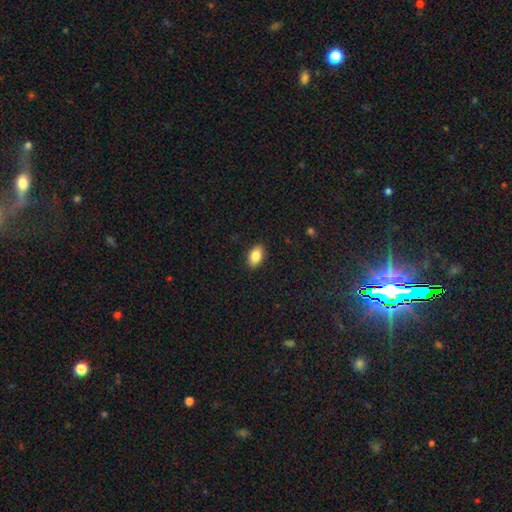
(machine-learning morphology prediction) A smooth galaxy with no disk features (84%) that is in between round and cigar-shaped (91%). Merging: none (89%).